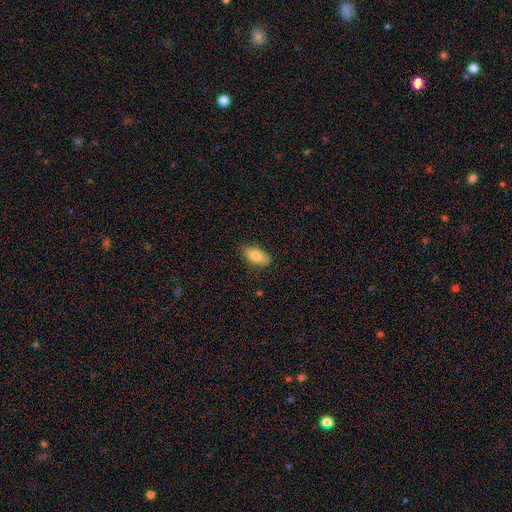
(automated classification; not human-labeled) Smooth or featured? Predicted: smooth (p=0.81). How rounded? Predicted: in between (p=0.90). Merging? Predicted: none (p=0.81).